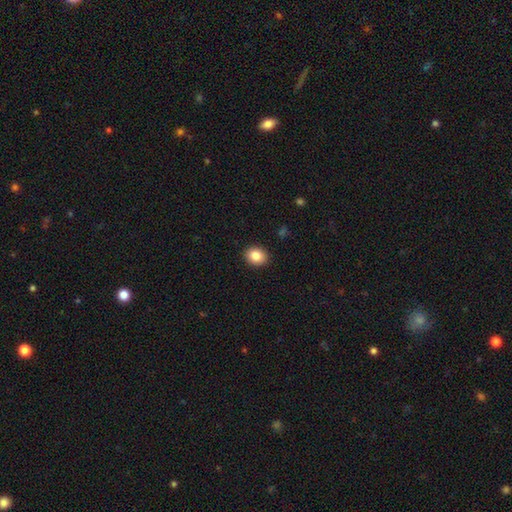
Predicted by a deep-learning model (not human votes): Overall: smooth (85%). How rounded: round (53%; in between 46%). Merging: none (91%).